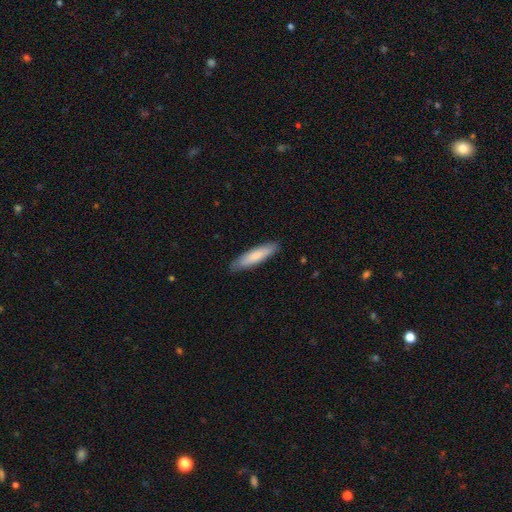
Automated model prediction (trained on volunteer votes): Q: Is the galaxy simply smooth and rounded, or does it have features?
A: smooth — 79%.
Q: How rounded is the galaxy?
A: cigar-shaped — 76%.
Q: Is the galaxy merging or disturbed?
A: none — 87%.